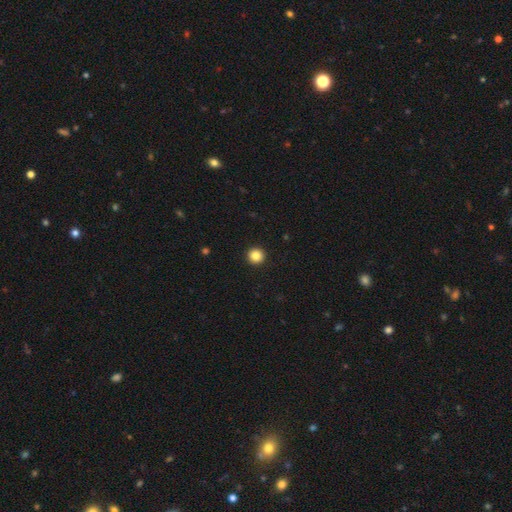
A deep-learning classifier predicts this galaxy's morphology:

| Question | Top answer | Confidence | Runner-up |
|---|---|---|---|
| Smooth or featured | smooth | 86% | star or artifact (10%) |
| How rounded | round | 96% | in between (3%) |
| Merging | none | 94% | minor disturbance (4%) |